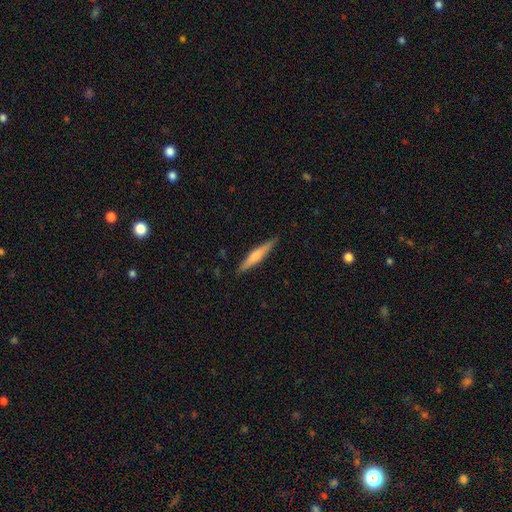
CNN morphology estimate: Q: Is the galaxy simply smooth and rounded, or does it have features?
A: featured or disk — 47%, tied with smooth.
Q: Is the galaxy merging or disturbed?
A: none — 89%.